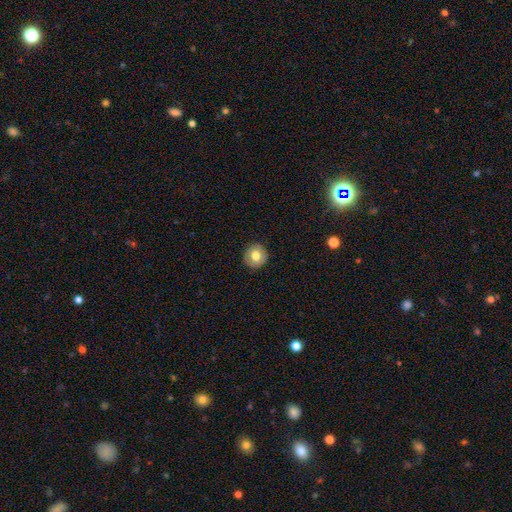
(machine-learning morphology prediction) smooth_or_featured: smooth (p=0.70) [alt: featured or disk p=0.22]
how_rounded: round (p=0.89) [alt: in between p=0.10]
merging: none (p=0.90) [alt: minor disturbance p=0.07]